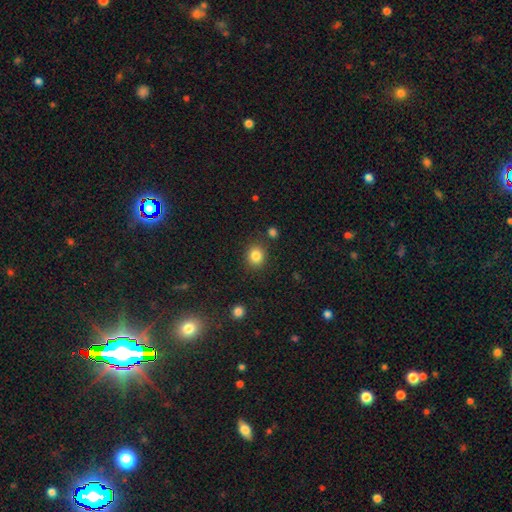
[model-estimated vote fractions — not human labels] Overall: smooth (84%). How rounded: round (76%). Merging: none (85%).